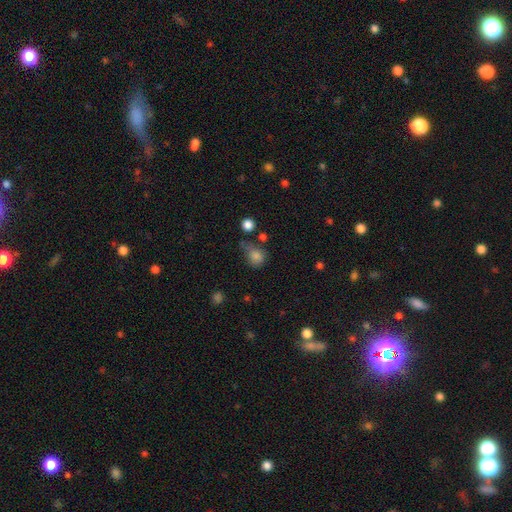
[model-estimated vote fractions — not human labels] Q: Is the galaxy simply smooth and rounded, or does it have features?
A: smooth — 81%.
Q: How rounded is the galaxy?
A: round — 65%.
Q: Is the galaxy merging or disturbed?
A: none — 44%.